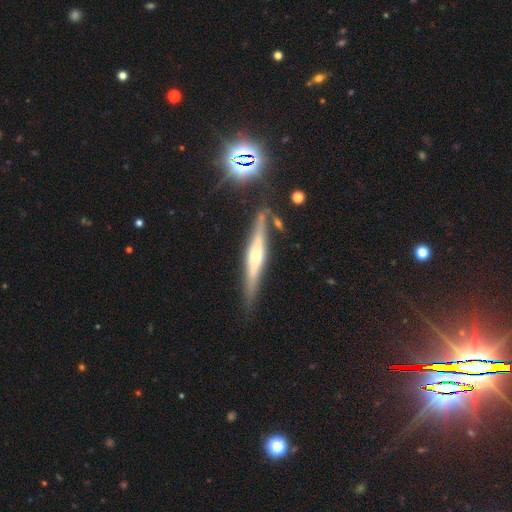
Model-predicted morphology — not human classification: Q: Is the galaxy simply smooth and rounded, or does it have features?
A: featured or disk — 68%.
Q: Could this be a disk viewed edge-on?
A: yes — 95%.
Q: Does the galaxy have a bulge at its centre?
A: rounded — 77%.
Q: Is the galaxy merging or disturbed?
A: none — 80%.